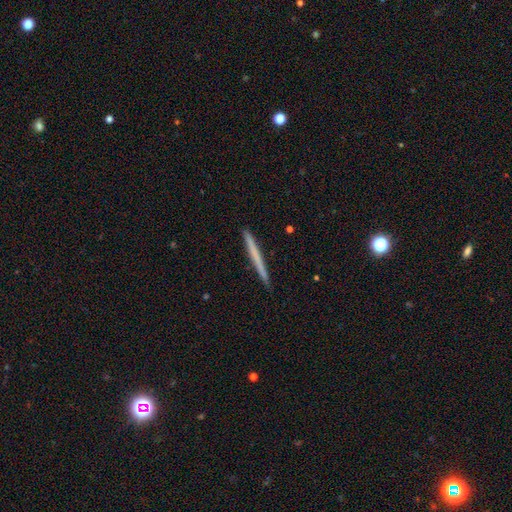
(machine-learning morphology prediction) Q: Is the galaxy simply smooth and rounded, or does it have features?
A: smooth — 55%.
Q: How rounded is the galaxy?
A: cigar-shaped — 97%.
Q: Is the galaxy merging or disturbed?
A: none — 92%.